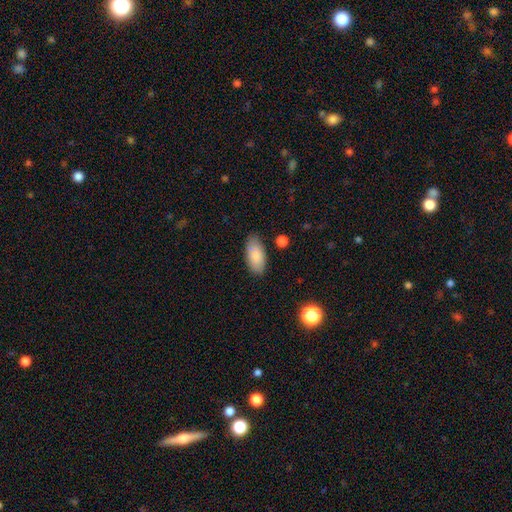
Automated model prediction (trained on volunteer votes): This is clearly a smooth galaxy (85%). How rounded: clearly in between (92%). Merging: clearly none (82%).